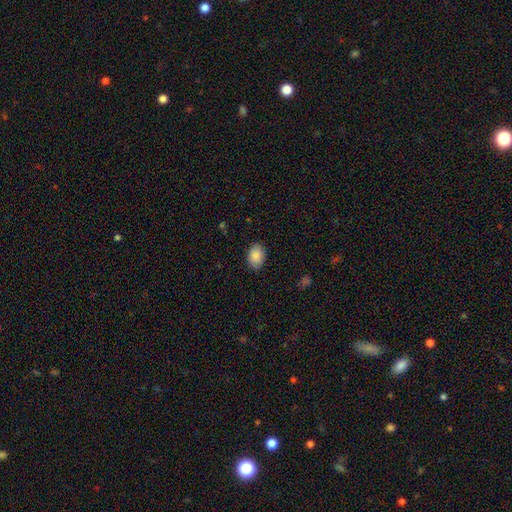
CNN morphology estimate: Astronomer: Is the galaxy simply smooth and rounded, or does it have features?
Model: smooth — 88%.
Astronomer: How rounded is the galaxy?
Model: in between — 82%.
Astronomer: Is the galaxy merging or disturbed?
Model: none — 87%.